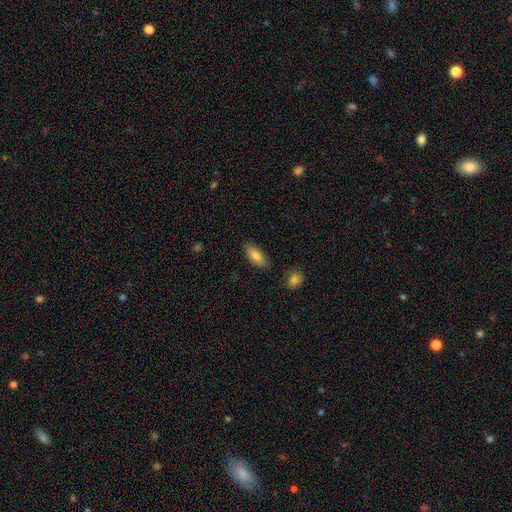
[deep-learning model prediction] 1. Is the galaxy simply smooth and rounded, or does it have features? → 78% smooth, 15% featured or disk, 7% star or artifact.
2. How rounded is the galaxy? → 80% in between, 18% cigar-shaped, 2% round.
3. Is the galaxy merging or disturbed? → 84% none, 11% minor disturbance, 2% major disturbance, 2% merger.